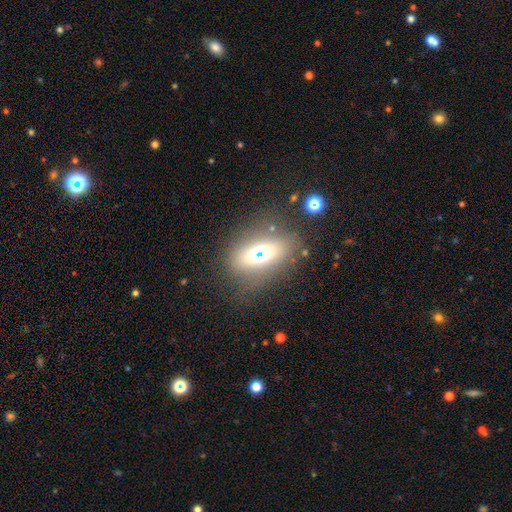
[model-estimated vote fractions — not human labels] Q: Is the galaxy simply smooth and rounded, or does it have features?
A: smooth — 54%.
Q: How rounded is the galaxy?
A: in between — 64%.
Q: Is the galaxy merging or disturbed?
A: none — 75%.